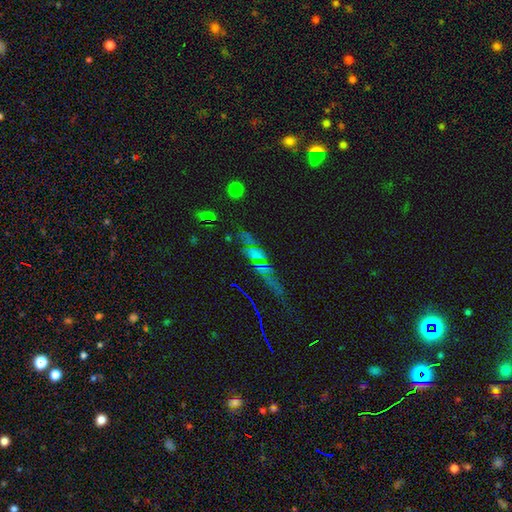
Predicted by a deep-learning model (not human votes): This appears to be a star or artifact, not a galaxy (43%).